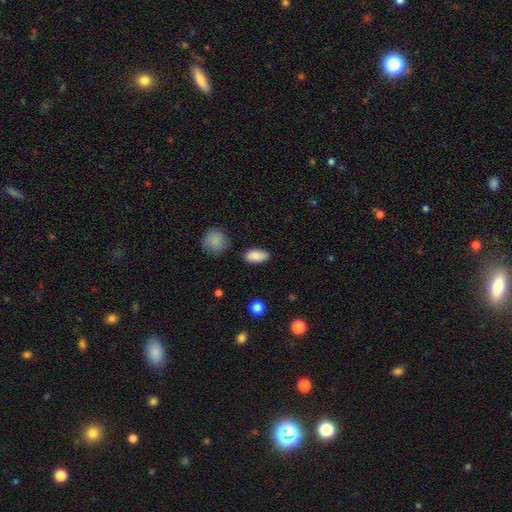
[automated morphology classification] Q: Smooth or featured?
A: smooth (88%); runner-up: star or artifact (8%)
Q: How rounded?
A: in between (91%); runner-up: cigar-shaped (5%)
Q: Merging?
A: none (84%); runner-up: minor disturbance (11%)